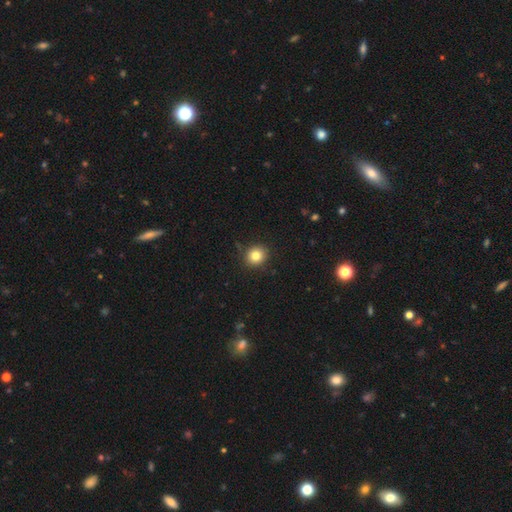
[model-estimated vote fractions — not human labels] smooth 82%, star or artifact 11%, featured or disk 7%. Down the decision tree: how rounded — round (84%); merging — none (89%).